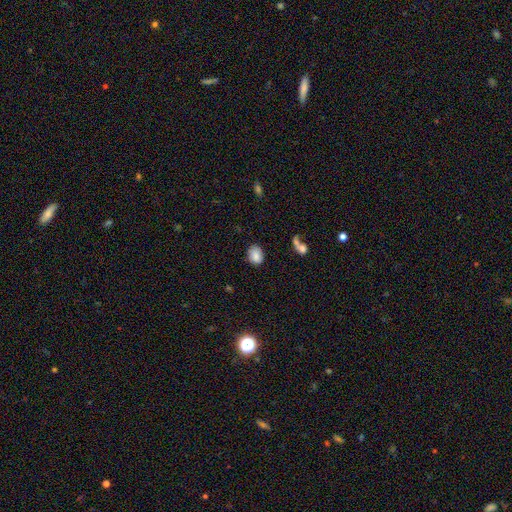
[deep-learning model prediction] Smooth or featured? Predicted: smooth (p=0.83). How rounded? Predicted: in between (p=0.63). Merging? Predicted: none (p=0.76).